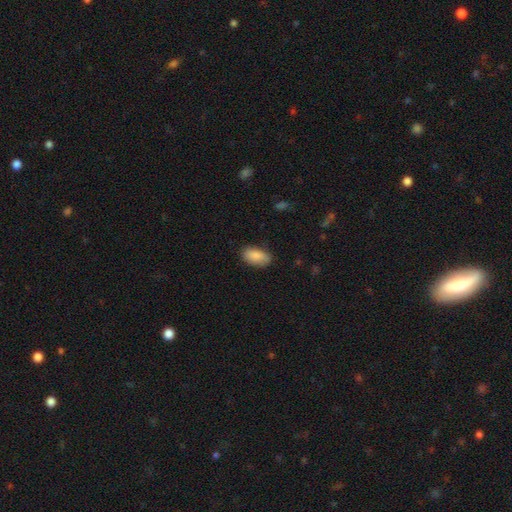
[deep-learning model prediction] smooth_or_featured: smooth (p=0.87) [alt: featured or disk p=0.07]
how_rounded: in between (p=0.93) [alt: round p=0.04]
merging: none (p=0.82) [alt: minor disturbance p=0.14]